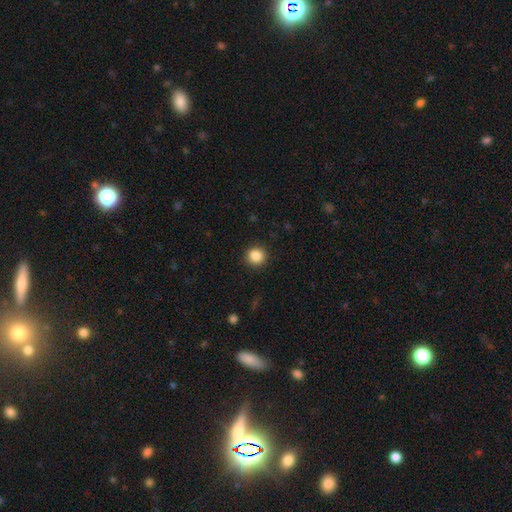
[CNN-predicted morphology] type=smooth (87%); roundness=round (90%); merging=none (90%).